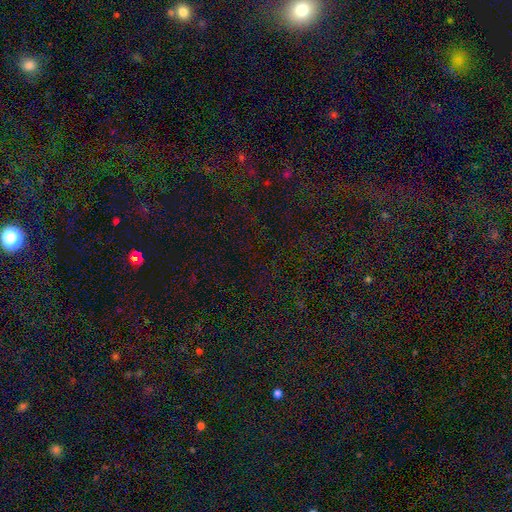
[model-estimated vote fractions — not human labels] Morphology: type=star or artifact (74%).